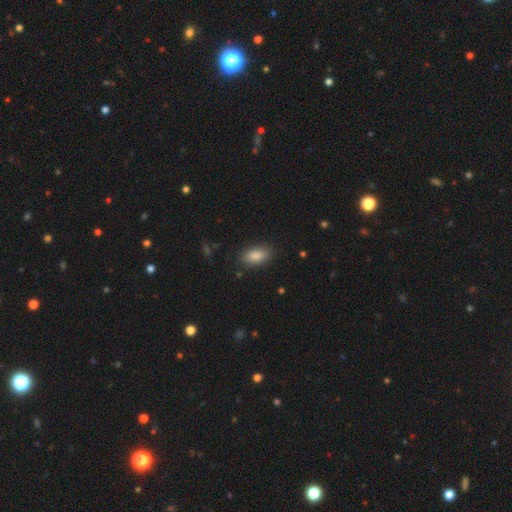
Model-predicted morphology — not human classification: This is clearly a smooth galaxy (87%). How rounded: clearly in between (90%). Merging: clearly none (86%).